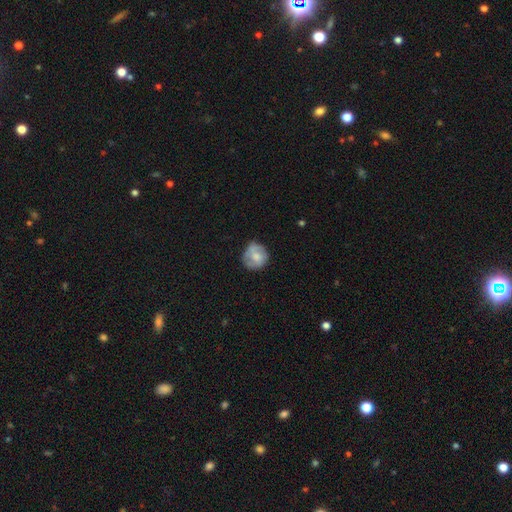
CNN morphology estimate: Q: Smooth or featured?
A: smooth (53%); runner-up: featured or disk (41%)
Q: How rounded?
A: round (84%); runner-up: in between (15%)
Q: Merging?
A: none (69%); runner-up: minor disturbance (22%)